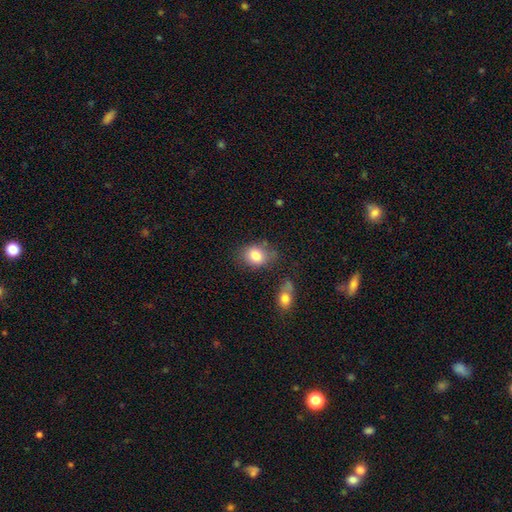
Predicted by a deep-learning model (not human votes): The model was most divided on "how rounded": in between: 56%, round: 43%, cigar-shaped: 1%. More confident: smooth or featured — smooth (82%); merging — none (66%).